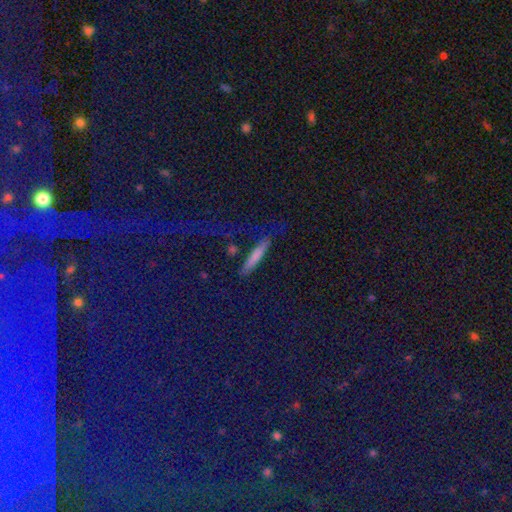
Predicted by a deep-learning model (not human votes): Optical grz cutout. It shows a smooth galaxy with no disk features (66%) that is cigar-shaped (88%). Merging: none (80%).